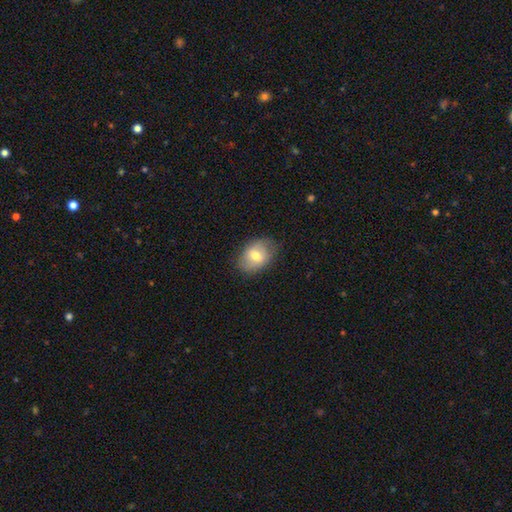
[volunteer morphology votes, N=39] type=smooth (56%); roundness=in between (77%); merging=none (86%).